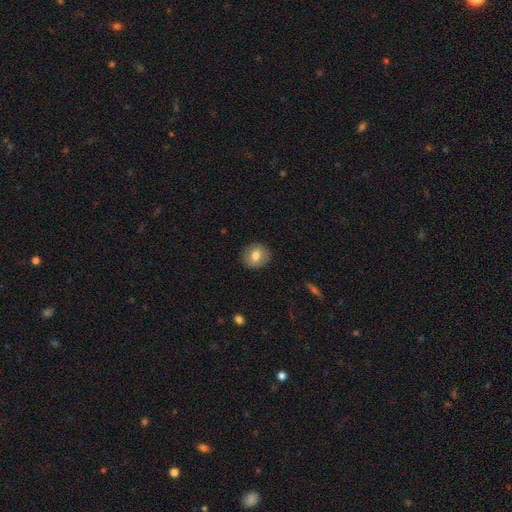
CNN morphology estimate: This is likely a smooth galaxy (77%). How rounded: clearly round (83%). Merging: clearly none (89%).